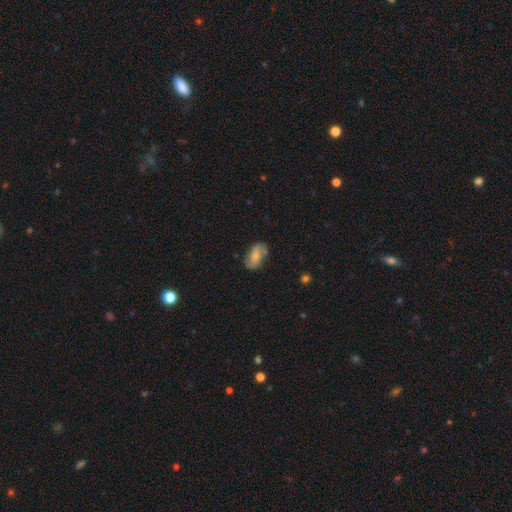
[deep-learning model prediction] smooth_or_featured: smooth (p=0.54) [alt: featured or disk p=0.38]
how_rounded: in between (p=0.90) [alt: round p=0.06]
merging: none (p=0.68) [alt: minor disturbance p=0.23]